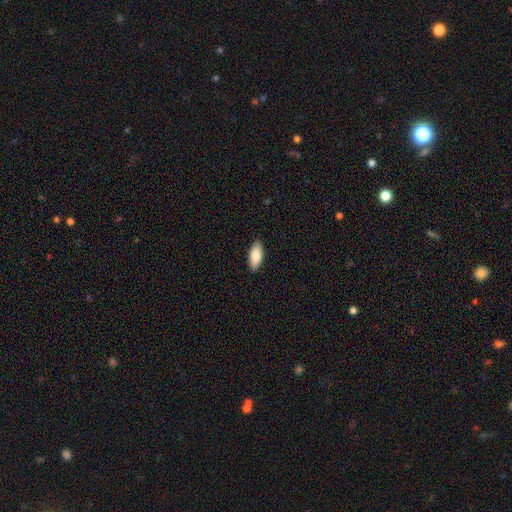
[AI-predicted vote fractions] smooth 82%, featured or disk 12%, star or artifact 6%. Down the decision tree: how rounded — in between (81%); merging — none (89%).